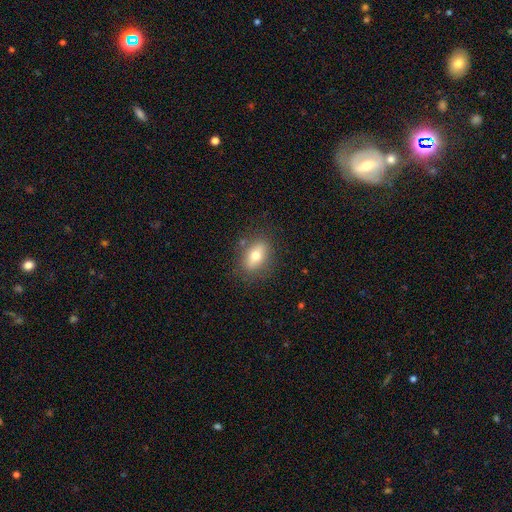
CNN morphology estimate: A smooth galaxy with no disk features (65%) that is in between round and cigar-shaped (76%).

Vote fractions:
- Smooth or featured? smooth: 65% / featured or disk: 26% / star or artifact: 9%
- How rounded? in between: 76% / round: 17% / cigar-shaped: 7%
- Merging? none: 82% / minor disturbance: 12% / major disturbance: 4% / merger: 2%